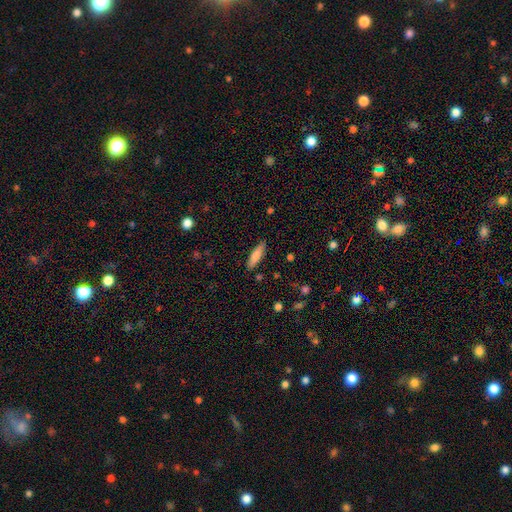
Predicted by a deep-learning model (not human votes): Morphology: type=smooth (79%); roundness=cigar-shaped (64%); merging=none (86%).